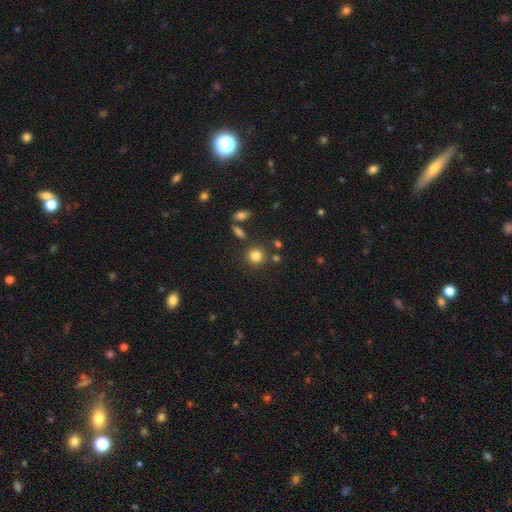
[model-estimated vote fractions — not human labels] Morphology: type=smooth (82%); roundness=round (89%); merging=none (80%).